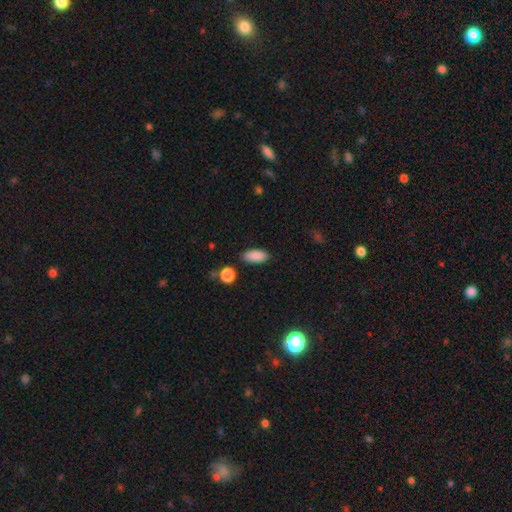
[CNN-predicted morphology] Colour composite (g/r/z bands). It shows a smooth galaxy with no disk features (88%) that is in between round and cigar-shaped (89%). Merging: none (85%).